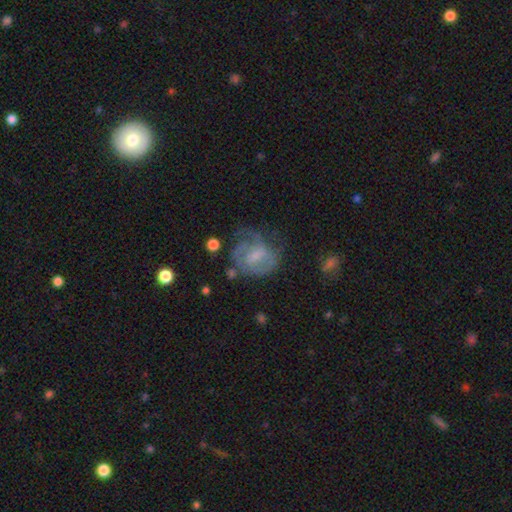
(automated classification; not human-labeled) smooth_or_featured: featured or disk (p=0.63) [alt: smooth p=0.28]
disk_edge_on: no (p=0.97) [alt: yes p=0.03]
bar: weak (p=0.50) [alt: no p=0.36]
has_spiral_arms: yes (p=0.72) [alt: no p=0.28]
bulge_size: small (p=0.38) [alt: moderate p=0.28]
merging: none (p=0.43) [alt: major disturbance p=0.29]